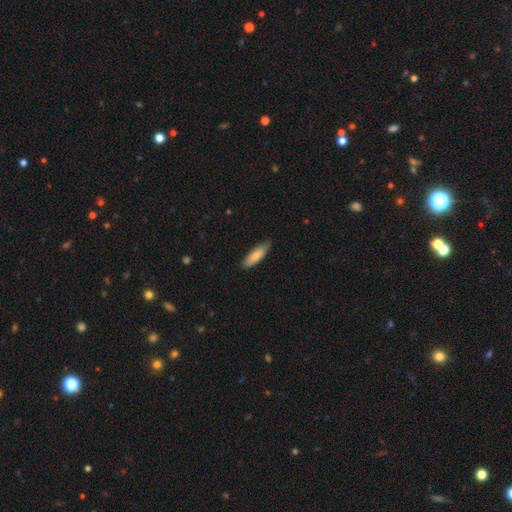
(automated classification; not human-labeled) A smooth galaxy with no disk features (79%) that is cigar-shaped (58%). Merging: none (82%).